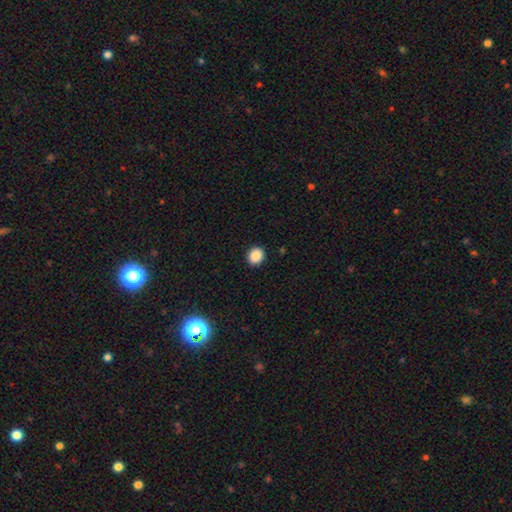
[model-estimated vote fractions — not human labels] Morphology: type=smooth (88%); roundness=round (79%); merging=none (92%).